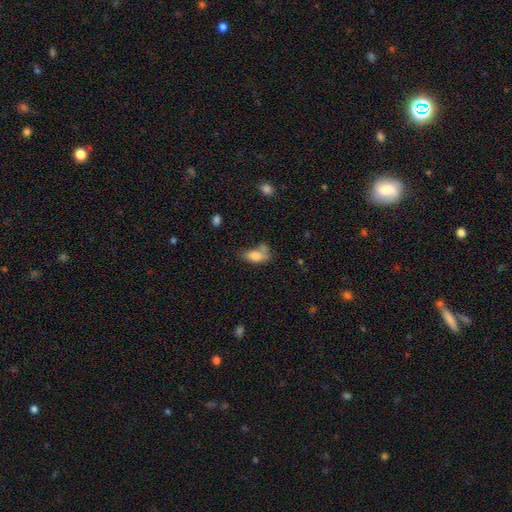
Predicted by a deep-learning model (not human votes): smooth-or-featured: smooth: 77% | featured or disk: 14% | star or artifact: 9%
  how-rounded: in between: 85% | cigar-shaped: 9% | round: 6%
  merging: none: 40% | minor disturbance: 27% | merger: 20% | major disturbance: 13%